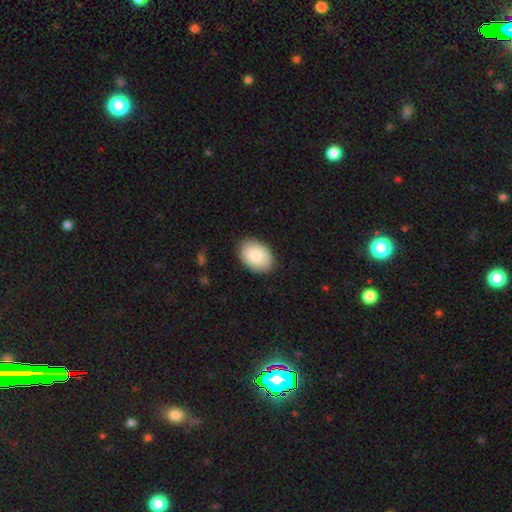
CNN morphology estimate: smooth_or_featured: smooth (p=0.88) [alt: featured or disk p=0.07]
how_rounded: in between (p=0.87) [alt: round p=0.12]
merging: none (p=0.88) [alt: minor disturbance p=0.09]